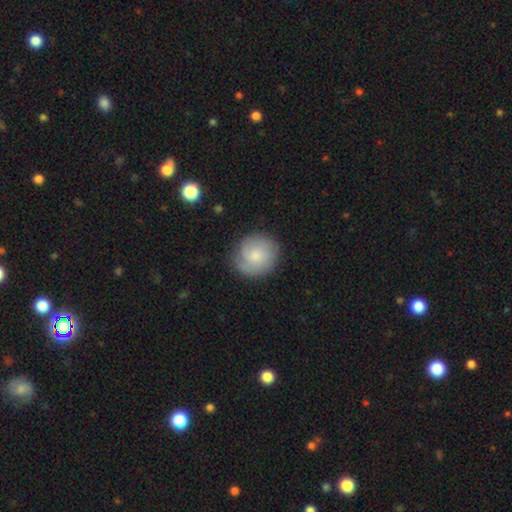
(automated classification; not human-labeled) smooth-or-featured: smooth: 58% | featured or disk: 36% | star or artifact: 7%
  how-rounded: round: 87% | in between: 12% | cigar-shaped: 1%
  merging: none: 79% | minor disturbance: 15% | major disturbance: 5% | merger: 1%